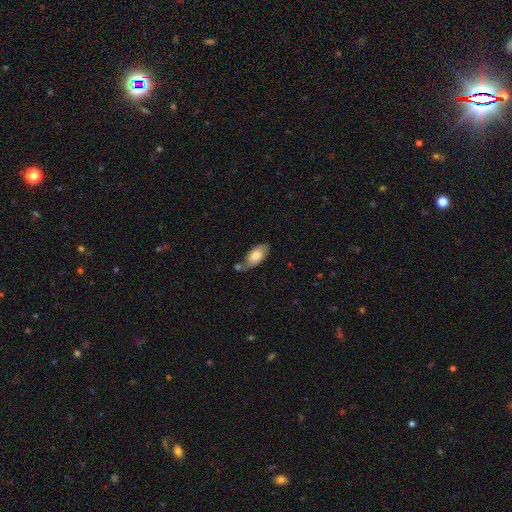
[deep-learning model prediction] Q: Smooth or featured?
A: smooth (73%); runner-up: featured or disk (21%)
Q: How rounded?
A: in between (89%); runner-up: cigar-shaped (8%)
Q: Merging?
A: none (48%); runner-up: minor disturbance (23%)